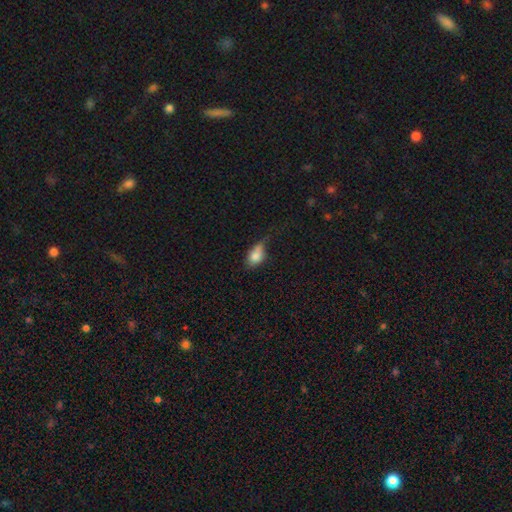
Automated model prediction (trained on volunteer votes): Overall: smooth (80%). How rounded: in between (82%). Merging: minor disturbance (42%; none 31%).